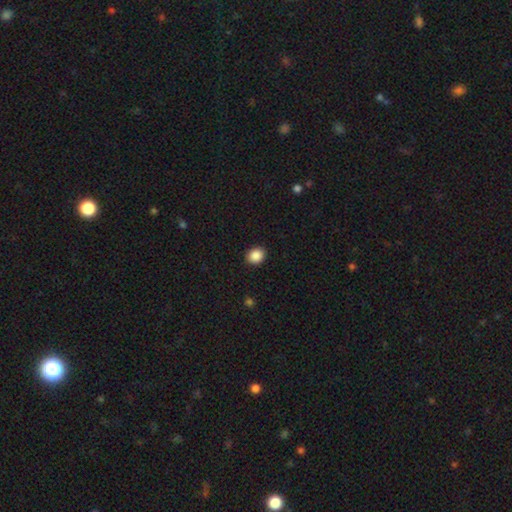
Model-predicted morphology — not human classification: This appears to be a smooth galaxy with no disk features (88%) that is round (64%). Merging: none (91%).